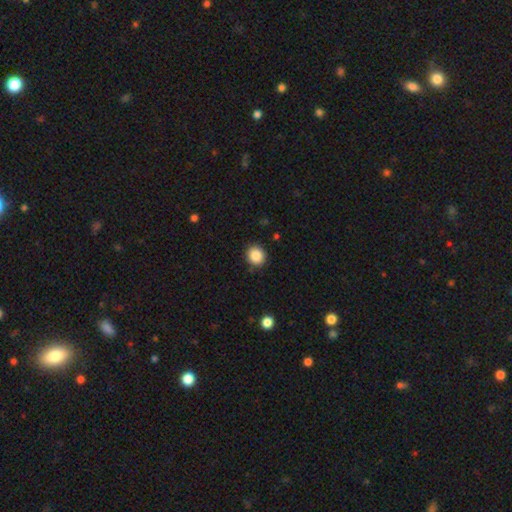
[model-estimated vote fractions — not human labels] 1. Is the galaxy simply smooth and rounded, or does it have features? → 87% smooth, 9% star or artifact, 4% featured or disk.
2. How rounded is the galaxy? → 85% round, 15% in between, 1% cigar-shaped.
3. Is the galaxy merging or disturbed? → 90% none, 7% minor disturbance, 2% major disturbance, 1% merger.